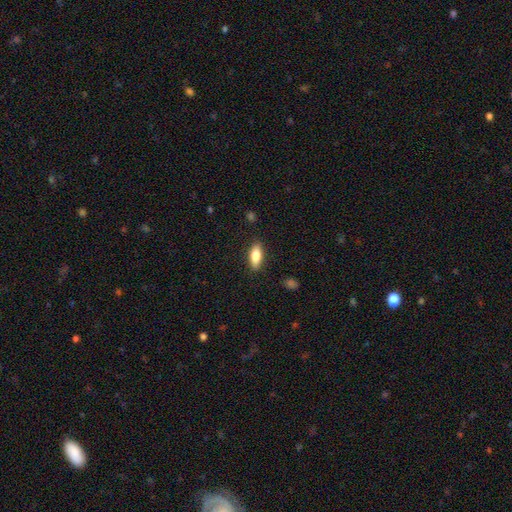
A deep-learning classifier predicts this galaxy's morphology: smooth-or-featured: smooth: 78% | featured or disk: 16% | star or artifact: 6%
  how-rounded: in between: 73% | cigar-shaped: 24% | round: 2%
  merging: none: 87% | minor disturbance: 9% | major disturbance: 2% | merger: 1%